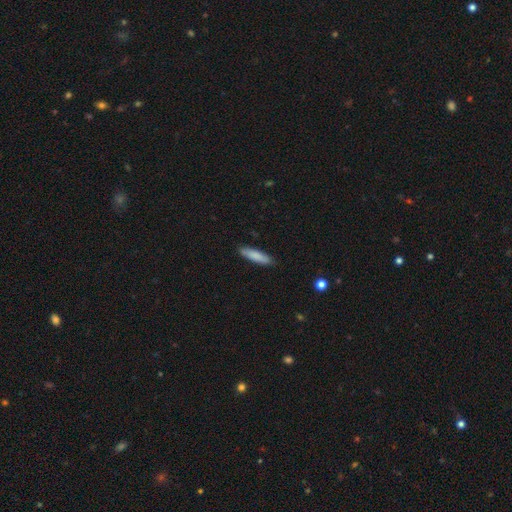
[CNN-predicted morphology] The model was most divided on "how rounded": cigar-shaped: 76%, in between: 23%, round: 1%. More confident: merging — none (88%); smooth or featured — smooth (85%).